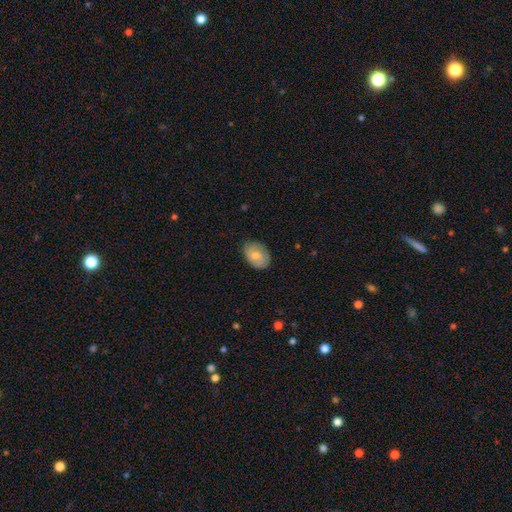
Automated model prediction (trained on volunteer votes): smooth_or_featured: smooth (p=0.70) [alt: featured or disk p=0.24]
how_rounded: in between (p=0.81) [alt: round p=0.18]
merging: none (p=0.74) [alt: minor disturbance p=0.21]